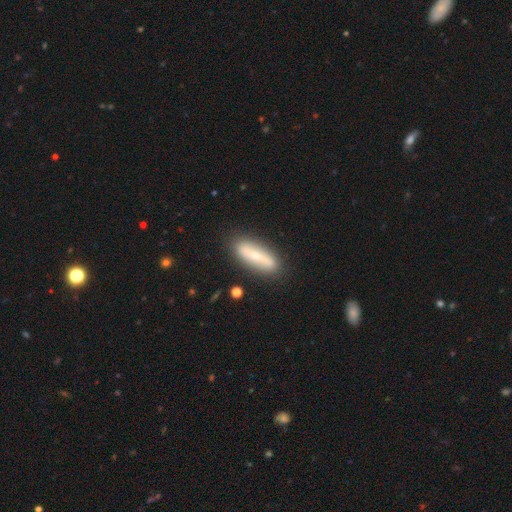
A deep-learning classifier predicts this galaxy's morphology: The model was most divided on "smooth or featured": featured or disk: 50%, smooth: 43%, star or artifact: 6%. More confident: merging — none (85%); edge-on disk — no (60%).